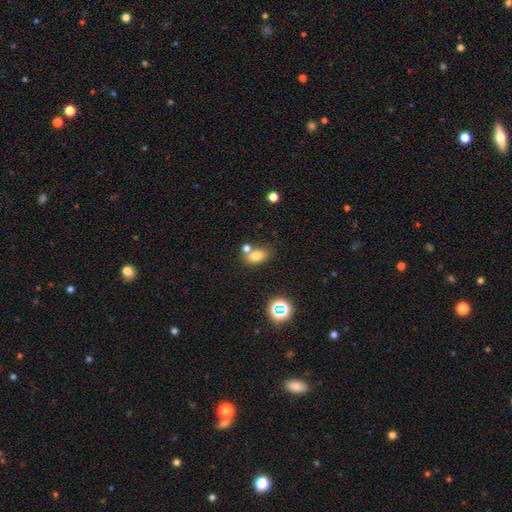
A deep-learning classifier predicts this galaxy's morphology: A smooth galaxy with no disk features (76%) that is in between round and cigar-shaped (80%).

Vote fractions:
- Smooth or featured? smooth: 76% / star or artifact: 13% / featured or disk: 12%
- How rounded? in between: 80% / round: 18% / cigar-shaped: 2%
- Merging? none: 56% / merger: 26% / minor disturbance: 14% / major disturbance: 4%